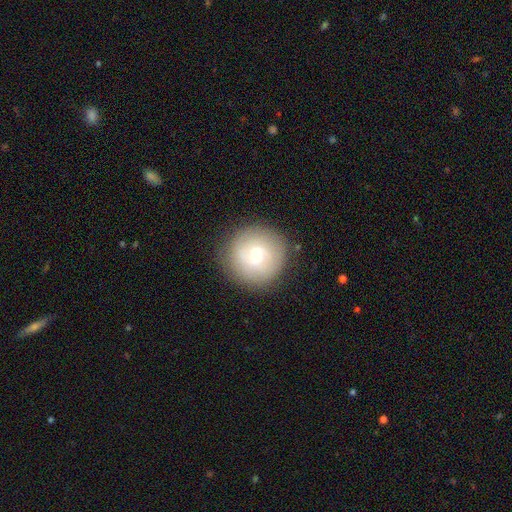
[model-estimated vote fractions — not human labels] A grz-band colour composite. It shows a smooth galaxy with no disk features (49%). Merging: none (87%).